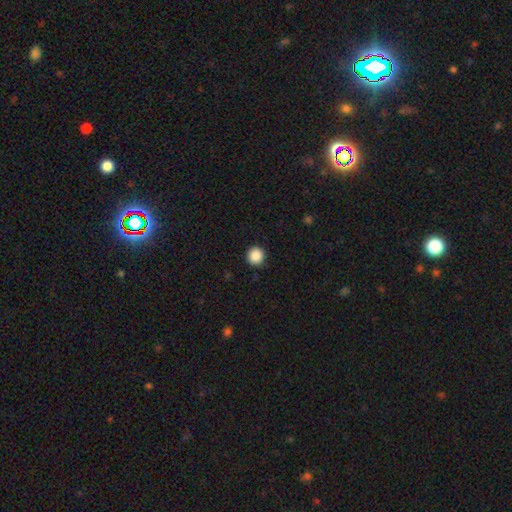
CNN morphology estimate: This appears to be a smooth galaxy with no disk features (89%) that is round (94%). Merging: none (92%).